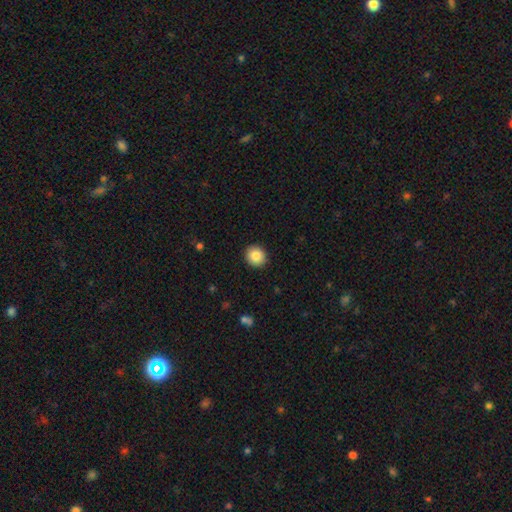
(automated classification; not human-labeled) Morphology: type=smooth (86%); roundness=round (84%); merging=none (92%).